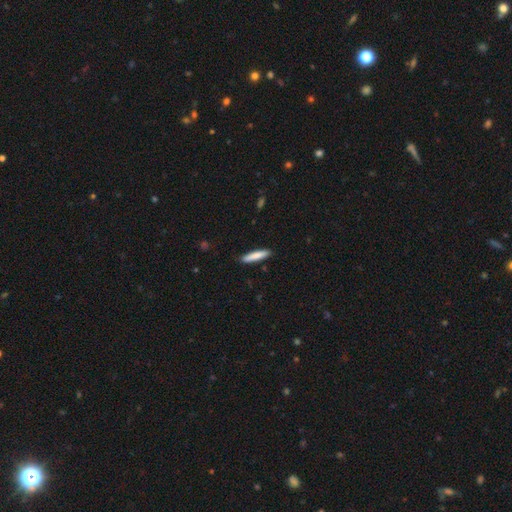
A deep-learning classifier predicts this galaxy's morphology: Smooth or featured? Predicted: smooth (p=0.81). How rounded? Predicted: cigar-shaped (p=0.87). Merging? Predicted: none (p=0.89).